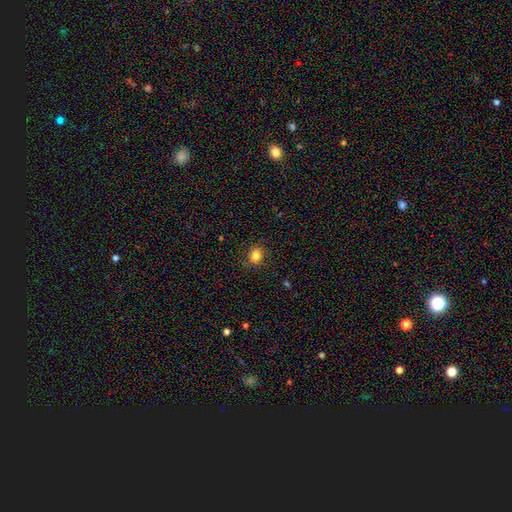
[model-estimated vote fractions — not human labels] This is clearly a smooth galaxy (83%). How rounded: possibly round (57%). Merging: clearly none (88%).